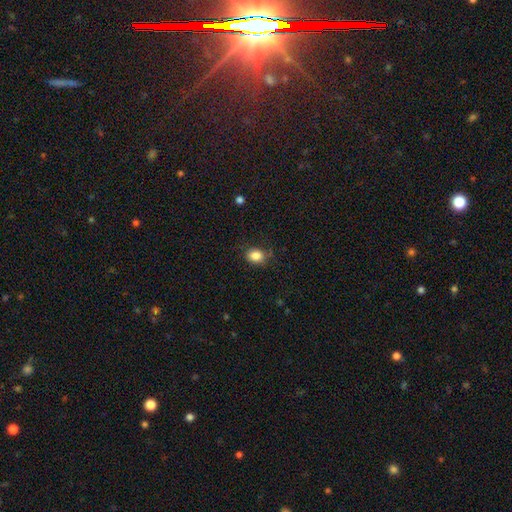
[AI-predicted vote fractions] Overall: smooth (85%). How rounded: in between (59%; round 39%). Merging: none (76%).